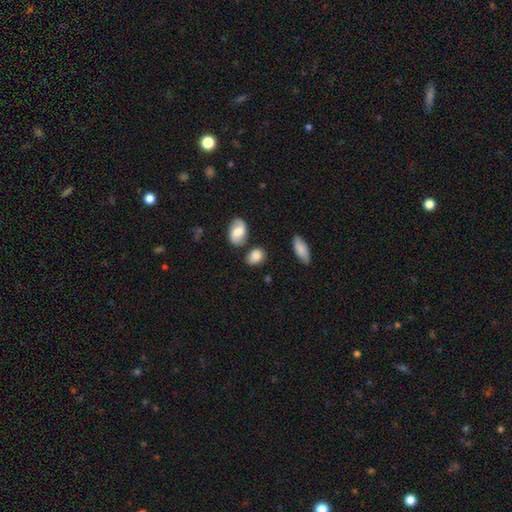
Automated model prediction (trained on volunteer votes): smooth_or_featured: smooth (p=0.79) [alt: featured or disk p=0.13]
how_rounded: in between (p=0.69) [alt: round p=0.29]
merging: none (p=0.71) [alt: minor disturbance p=0.16]